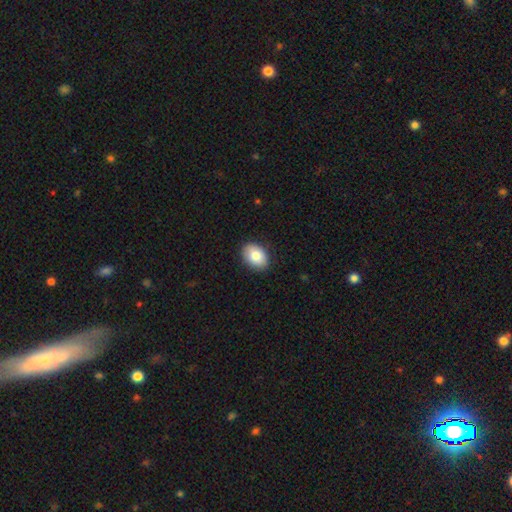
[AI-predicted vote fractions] This appears to be a smooth galaxy with no disk features (82%) that is in between round and cigar-shaped (78%). Merging: none (88%).